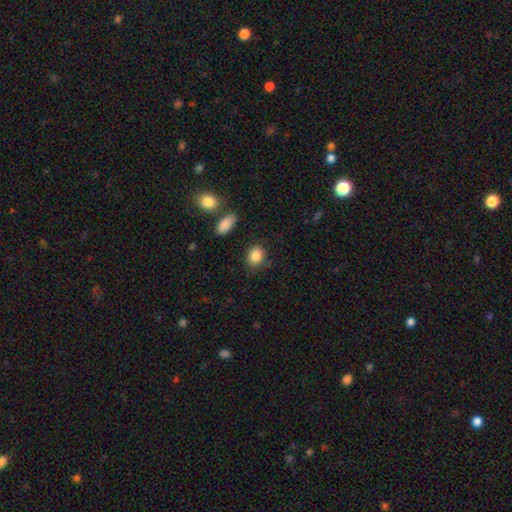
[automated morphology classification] type=smooth (87%); roundness=round (54%); merging=none (83%).